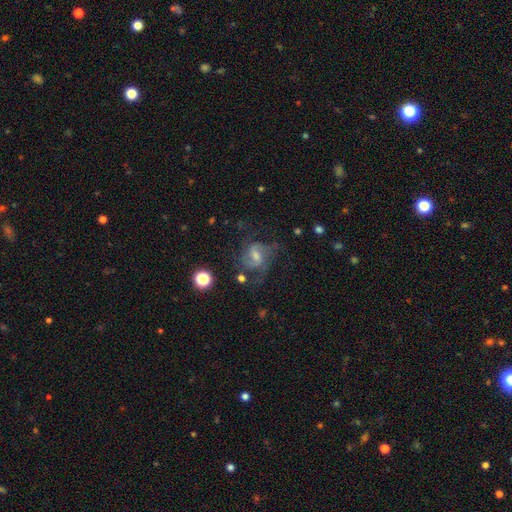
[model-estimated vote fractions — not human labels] Smooth or featured: featured or disk — 71% (smooth — 16%)
Edge-on disk: no — 97% (yes — 3%)
Bar: weak — 54% (no — 25%)
Spiral arms: yes — 89% (no — 11%)
Spiral winding: medium — 49% (loose — 30%)
Spiral arm count: 2 — 58% (can't tell — 19%)
Bulge size: moderate — 47% (small — 38%)
Merging: none — 55% (major disturbance — 21%)